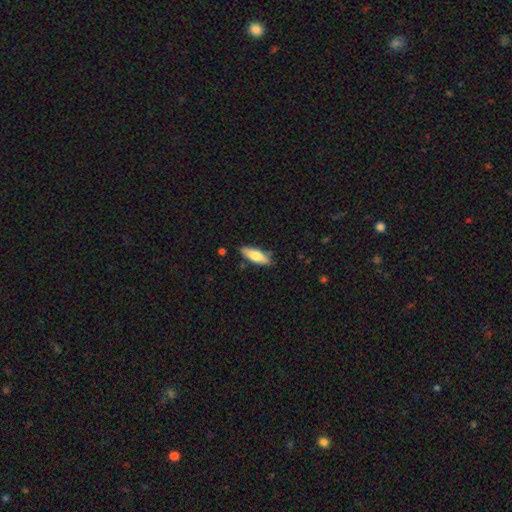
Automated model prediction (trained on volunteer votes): This appears to be a smooth galaxy with no disk features (70%) that is in between round and cigar-shaped (53%). Merging: none (80%).